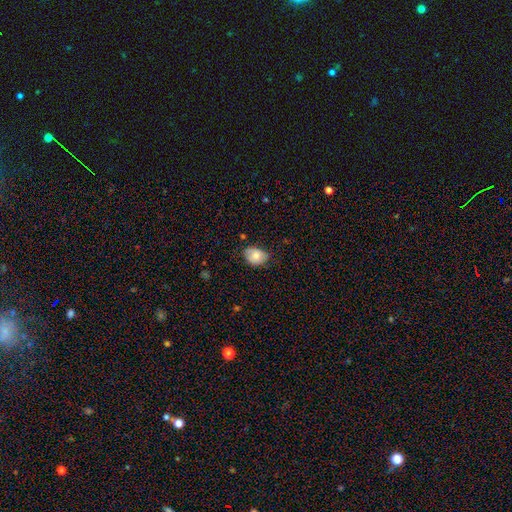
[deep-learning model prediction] Overall: smooth (75%). How rounded: in between (70%). Merging: none (65%; minor disturbance 29%).